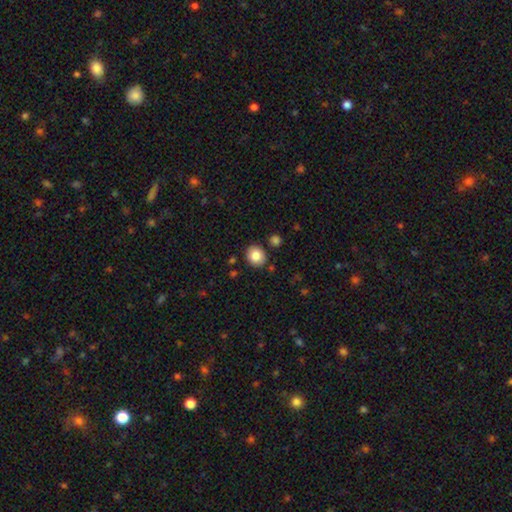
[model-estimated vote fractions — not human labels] Overall: smooth (84%). How rounded: round (74%). Merging: none (87%).